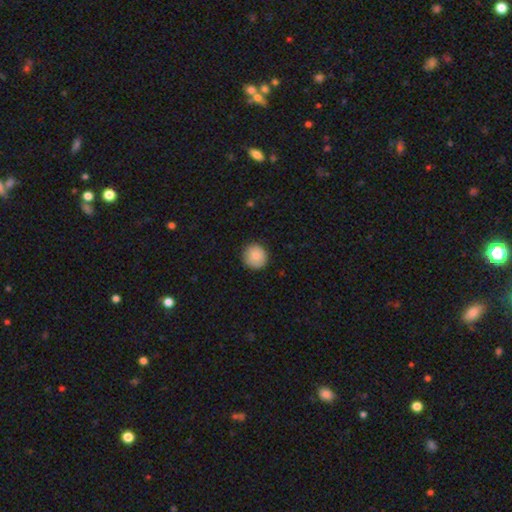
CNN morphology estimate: Q: Smooth or featured?
A: smooth (86%); runner-up: star or artifact (8%)
Q: How rounded?
A: round (93%); runner-up: in between (7%)
Q: Merging?
A: none (88%); runner-up: minor disturbance (9%)